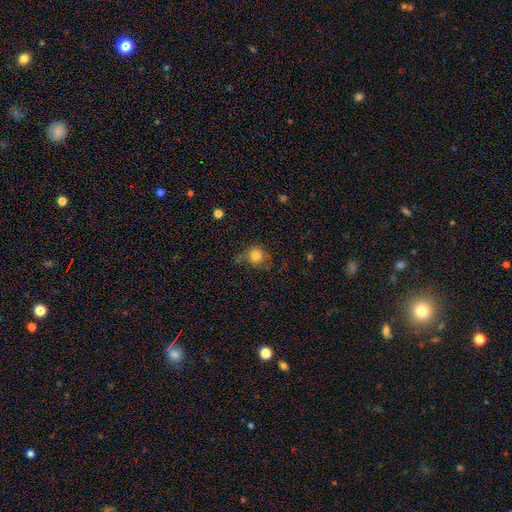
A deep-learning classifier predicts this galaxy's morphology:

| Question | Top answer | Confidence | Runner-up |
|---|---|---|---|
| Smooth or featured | smooth | 80% | star or artifact (11%) |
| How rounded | round | 86% | in between (13%) |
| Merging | none | 61% | minor disturbance (24%) |